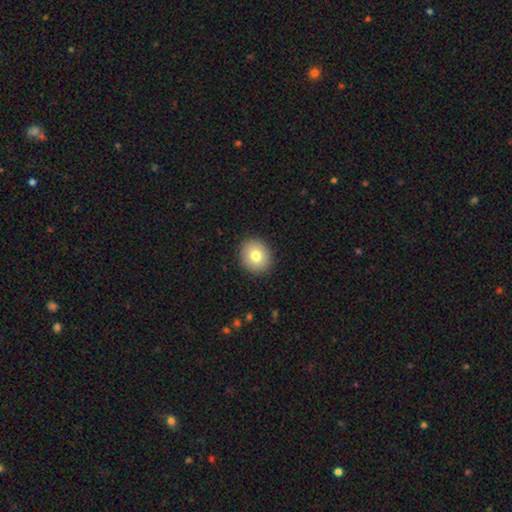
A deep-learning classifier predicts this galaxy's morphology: A smooth galaxy with no disk features (79%) that is round (78%). Merging: none (91%).